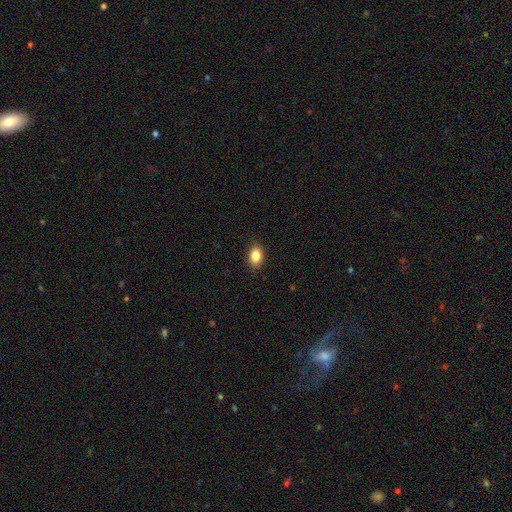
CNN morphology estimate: type=smooth (87%); roundness=in between (85%); merging=none (88%).